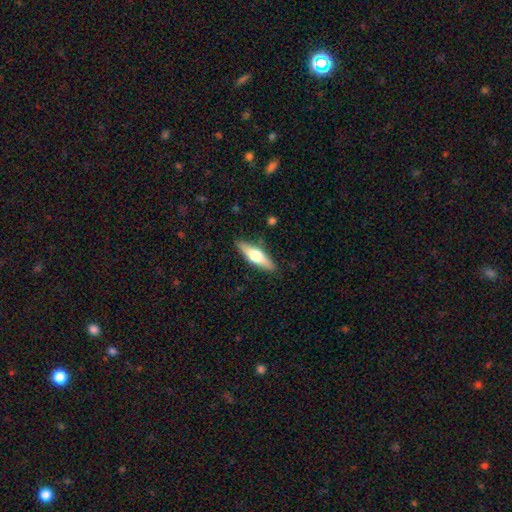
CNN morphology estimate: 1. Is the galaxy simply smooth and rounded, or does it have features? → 52% featured or disk, 43% smooth, 6% star or artifact.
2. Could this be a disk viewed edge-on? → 93% yes, 7% no.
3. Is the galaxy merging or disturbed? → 88% none, 9% minor disturbance, 2% major disturbance, 1% merger.